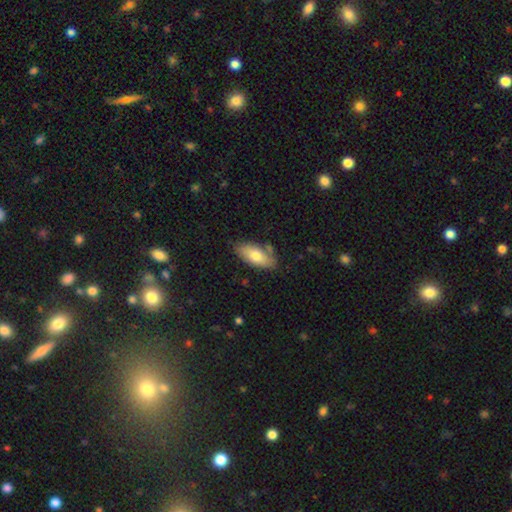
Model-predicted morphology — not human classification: Q: Smooth or featured?
A: smooth (74%); runner-up: featured or disk (20%)
Q: How rounded?
A: in between (87%); runner-up: cigar-shaped (11%)
Q: Merging?
A: none (75%); runner-up: minor disturbance (17%)